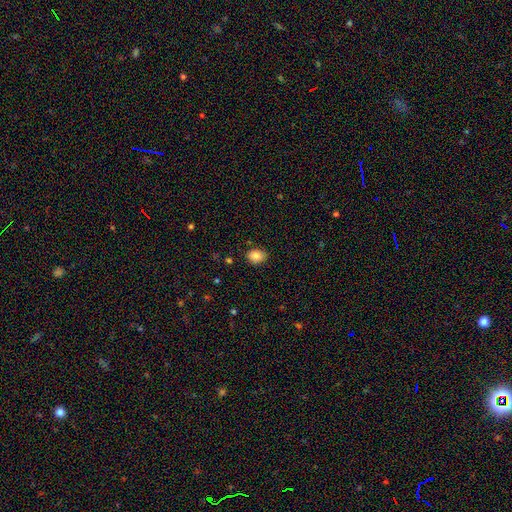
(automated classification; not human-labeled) smooth-or-featured: smooth: 84% | star or artifact: 9% | featured or disk: 7%
  how-rounded: in between: 66% | round: 33% | cigar-shaped: 1%
  merging: none: 85% | minor disturbance: 11% | major disturbance: 2% | merger: 1%